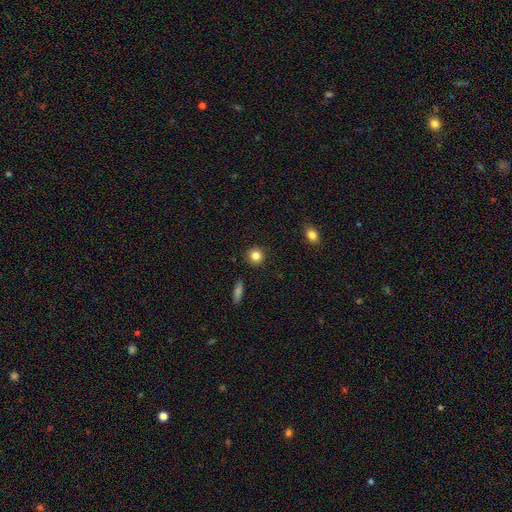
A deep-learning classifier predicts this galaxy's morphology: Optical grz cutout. It shows a smooth galaxy with no disk features (83%) that is round (92%). Merging: none (90%).